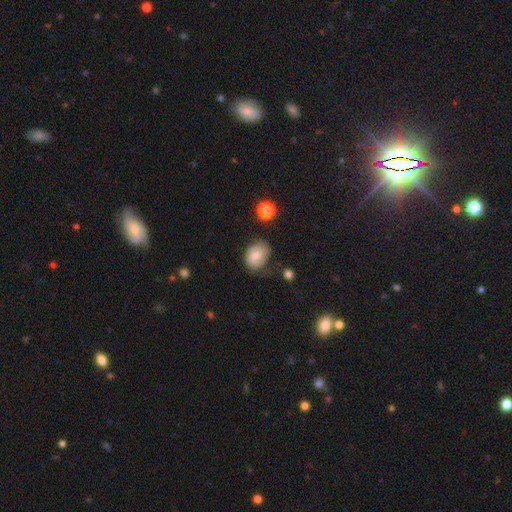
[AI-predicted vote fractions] This is possibly a smooth galaxy (55%). How rounded: likely in between (61%). Merging: possibly none (57%).